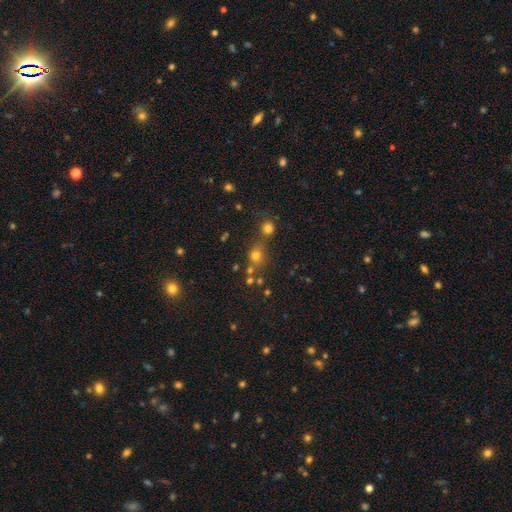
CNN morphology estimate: This appears to be a smooth galaxy with no disk features (67%) that is round (84%). Merging: none (55%).